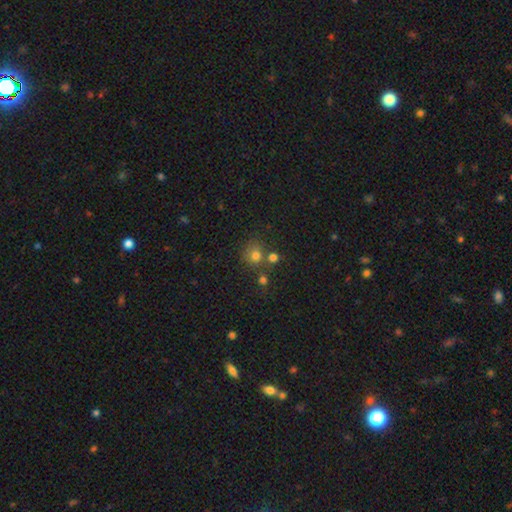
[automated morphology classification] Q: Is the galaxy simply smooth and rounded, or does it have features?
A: smooth — 73%.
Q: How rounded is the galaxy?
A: round — 83%.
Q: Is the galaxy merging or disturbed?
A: none — 58%.